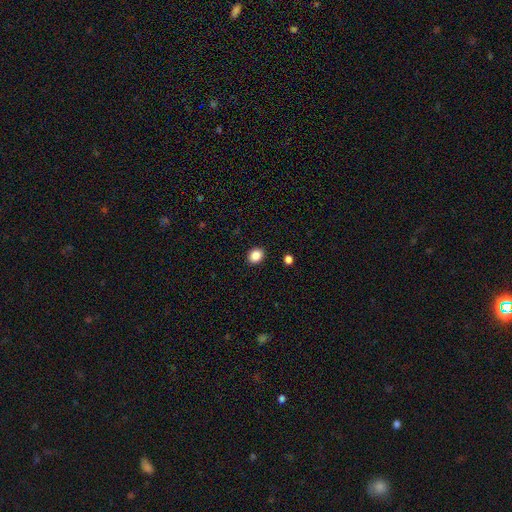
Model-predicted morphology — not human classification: This appears to be a smooth galaxy with no disk features (87%) that is round (60%). Merging: none (90%).